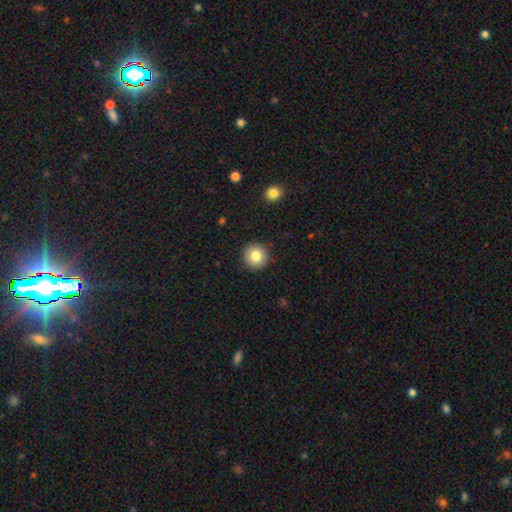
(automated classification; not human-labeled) smooth_or_featured: smooth (p=0.82) [alt: star or artifact p=0.09]
how_rounded: round (p=0.94) [alt: in between p=0.05]
merging: none (p=0.92) [alt: minor disturbance p=0.05]